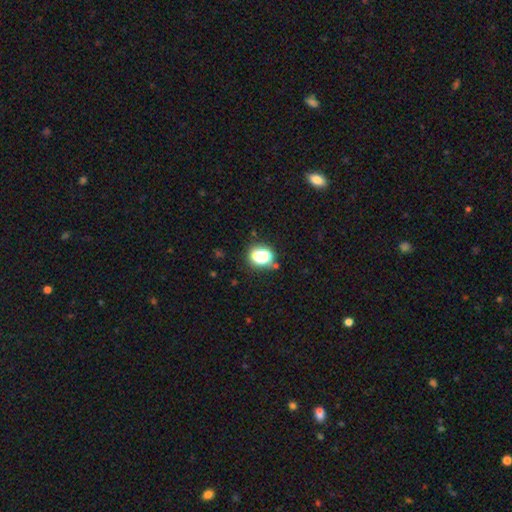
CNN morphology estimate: type=smooth (55%); roundness=round (71%); merging=none (74%).